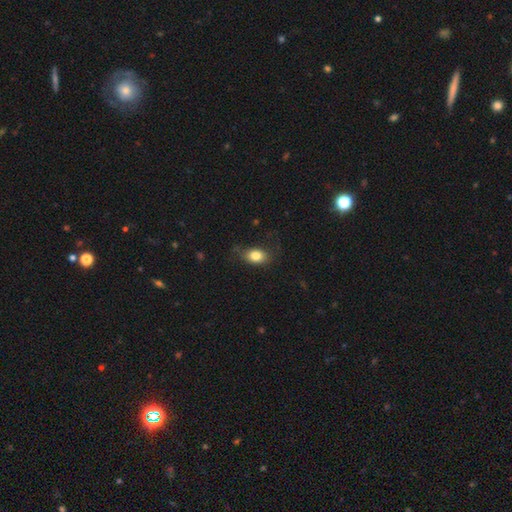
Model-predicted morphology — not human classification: Smooth or featured? Predicted: smooth (p=0.82). How rounded? Predicted: in between (p=0.80). Merging? Predicted: none (p=0.73).